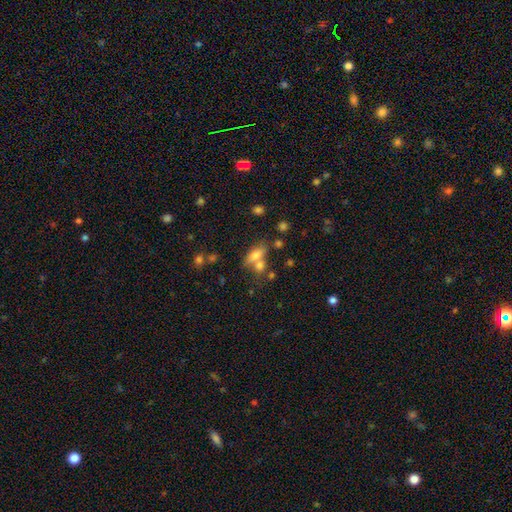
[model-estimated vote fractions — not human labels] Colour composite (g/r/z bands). It shows a smooth galaxy with no disk features (68%) that is in between round and cigar-shaped (76%). Merging: none (41%).